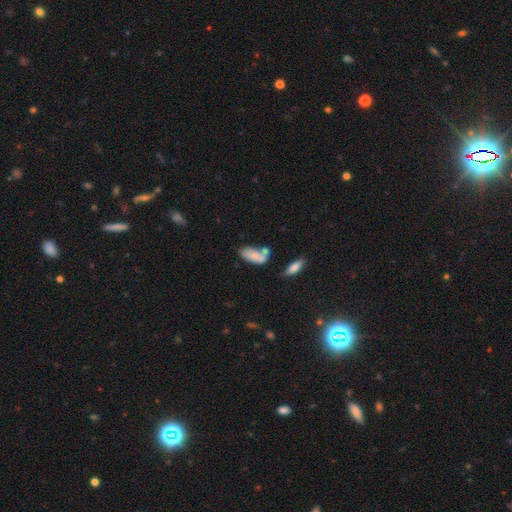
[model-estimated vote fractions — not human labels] A smooth galaxy with no disk features (76%) that is in between round and cigar-shaped (87%). Merging: none (36%).